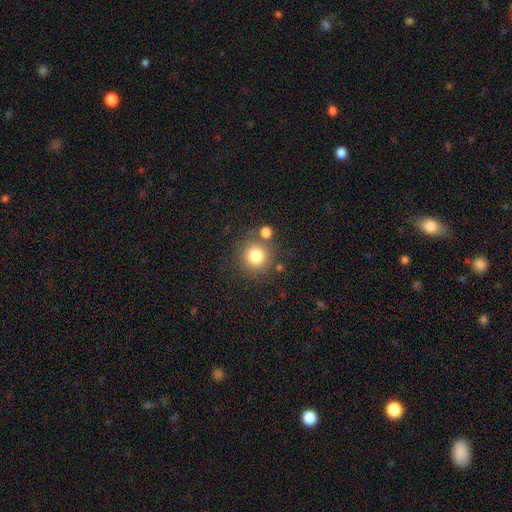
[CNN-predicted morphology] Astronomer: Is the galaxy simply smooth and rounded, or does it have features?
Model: smooth — 81%.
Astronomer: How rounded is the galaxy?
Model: round — 93%.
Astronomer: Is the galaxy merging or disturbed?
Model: none — 78%.